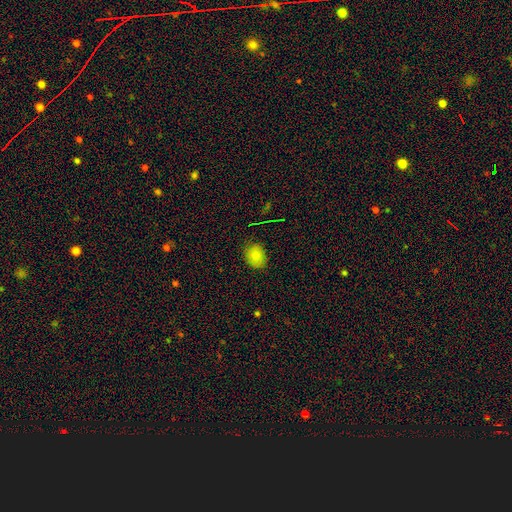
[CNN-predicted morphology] smooth 82%, star or artifact 11%, featured or disk 7%. Down the decision tree: how rounded — in between (55%); merging — none (82%).